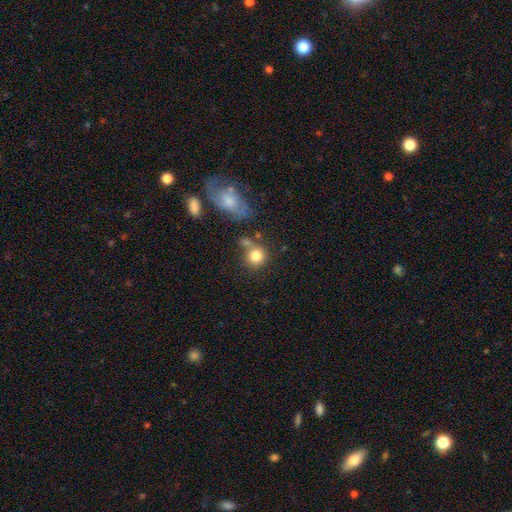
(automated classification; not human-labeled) Overall: smooth (82%). How rounded: round (87%). Merging: none (60%; merger 21%).